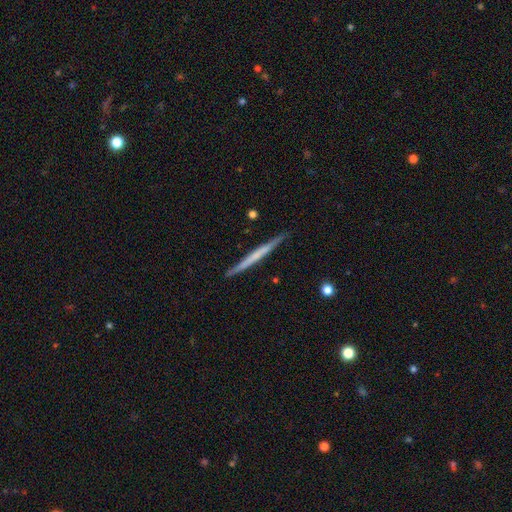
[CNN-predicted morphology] A featured or disk galaxy (55%) viewed edge-on (97%) with no central bulge (83%). Merging: none (90%).